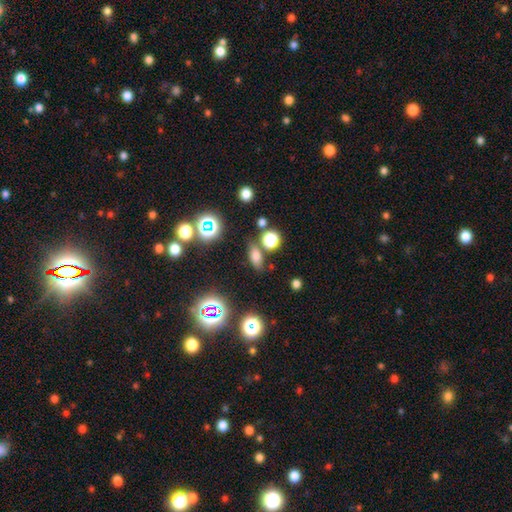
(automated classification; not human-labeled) A smooth galaxy with no disk features (67%) that is in between round and cigar-shaped (71%). Merging: none (76%).